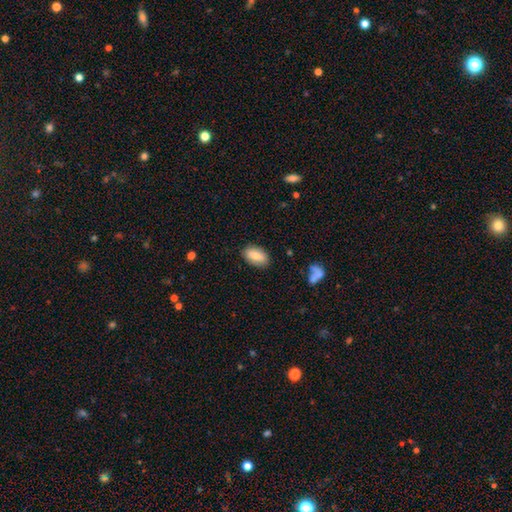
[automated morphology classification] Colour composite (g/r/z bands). It shows a smooth galaxy with no disk features (79%) that is in between round and cigar-shaped (92%). Merging: none (85%).